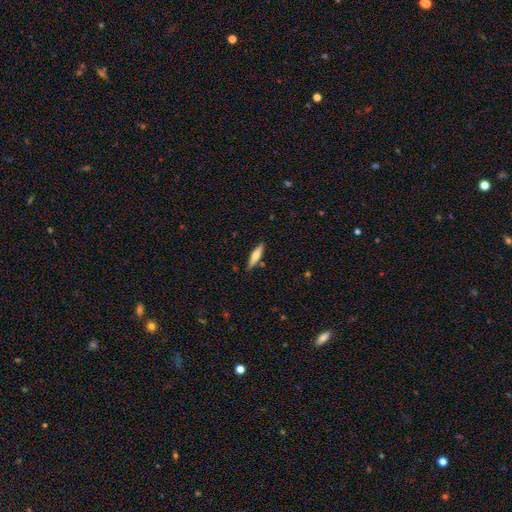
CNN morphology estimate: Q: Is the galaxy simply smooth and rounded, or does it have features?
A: smooth — 58%.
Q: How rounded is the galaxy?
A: cigar-shaped — 76%.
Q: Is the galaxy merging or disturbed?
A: none — 83%.